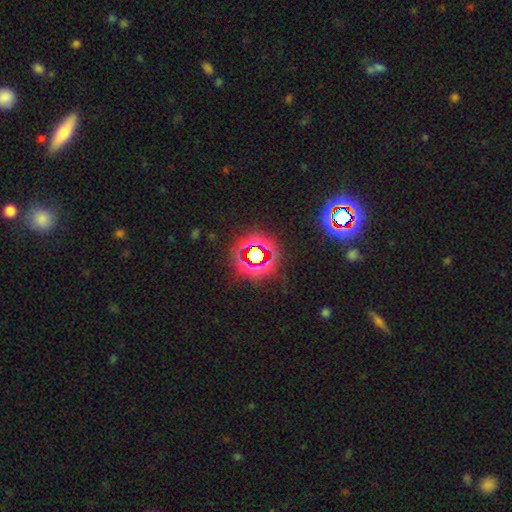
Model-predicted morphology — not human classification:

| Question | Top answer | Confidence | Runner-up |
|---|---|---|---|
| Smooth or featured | star or artifact | 70% | smooth (19%) |